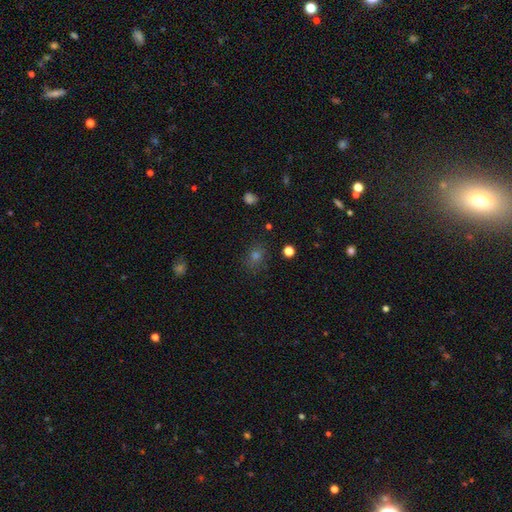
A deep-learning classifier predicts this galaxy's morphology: A smooth galaxy with no disk features (61%) that is round (60%). Merging: none (83%).